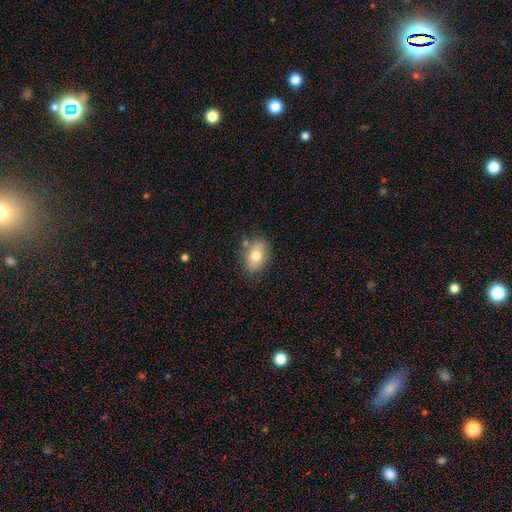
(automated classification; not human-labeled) Overall: smooth (74%). How rounded: in between (74%). Merging: none (73%).